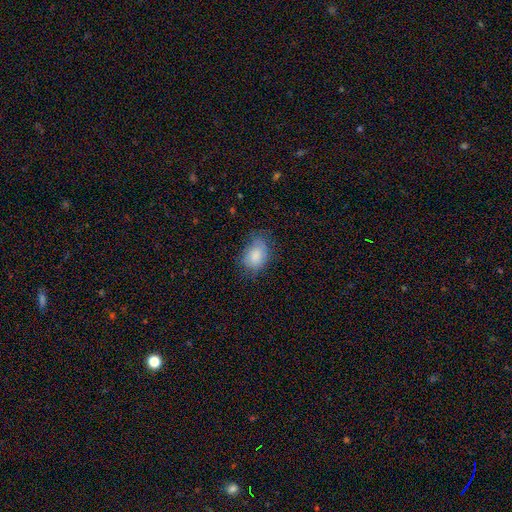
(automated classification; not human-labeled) This is clearly a smooth galaxy (84%). How rounded: likely in between (76%). Merging: likely none (61%).